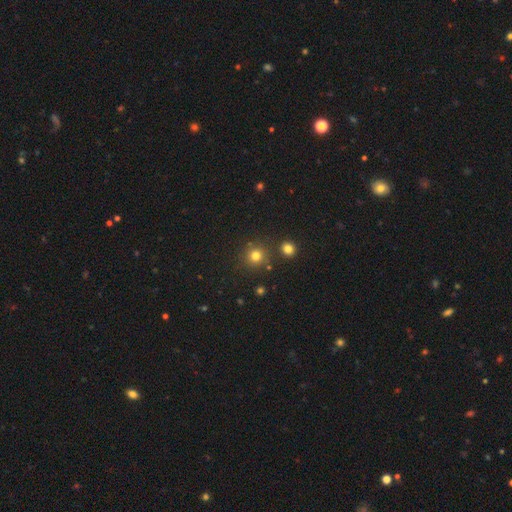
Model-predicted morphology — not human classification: A smooth galaxy with no disk features (77%) that is round (92%).

Vote fractions:
- Smooth or featured? smooth: 77% / star or artifact: 17% / featured or disk: 6%
- How rounded? round: 92% / in between: 7% / cigar-shaped: 1%
- Merging? none: 82% / minor disturbance: 7% / merger: 7% / major disturbance: 3%